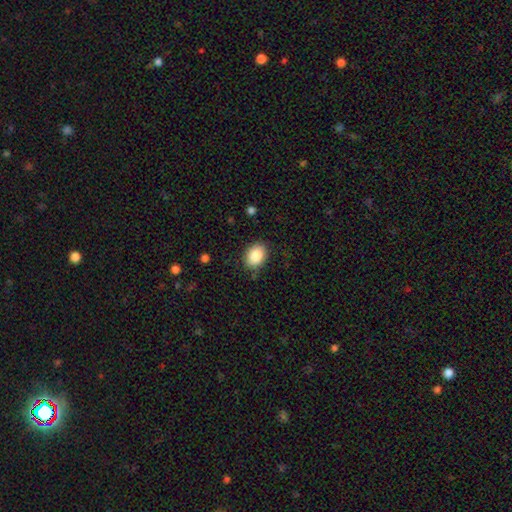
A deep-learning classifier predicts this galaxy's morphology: smooth_or_featured: smooth (p=0.87) [alt: star or artifact p=0.08]
how_rounded: in between (p=0.73) [alt: round p=0.26]
merging: none (p=0.83) [alt: minor disturbance p=0.12]